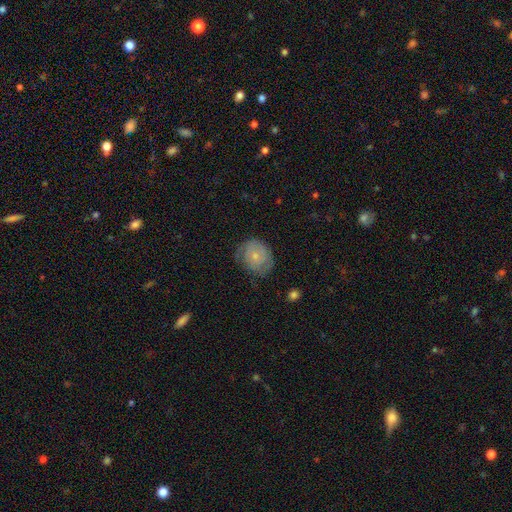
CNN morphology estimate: Smooth or featured? Predicted: smooth (p=0.52). How rounded? Predicted: round (p=0.65). Merging? Predicted: none (p=0.63).